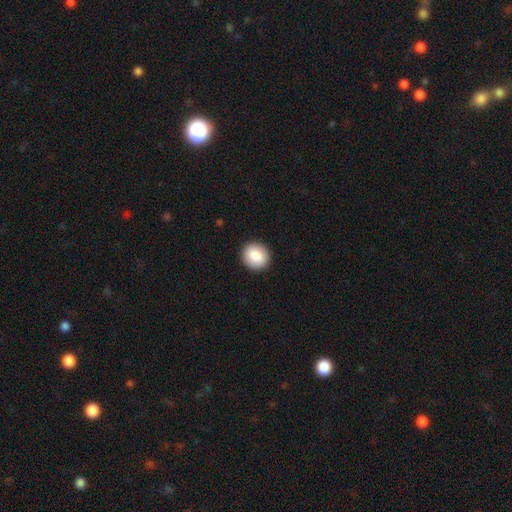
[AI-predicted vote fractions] This appears to be a smooth galaxy with no disk features (87%) that is round (82%). Merging: none (92%).